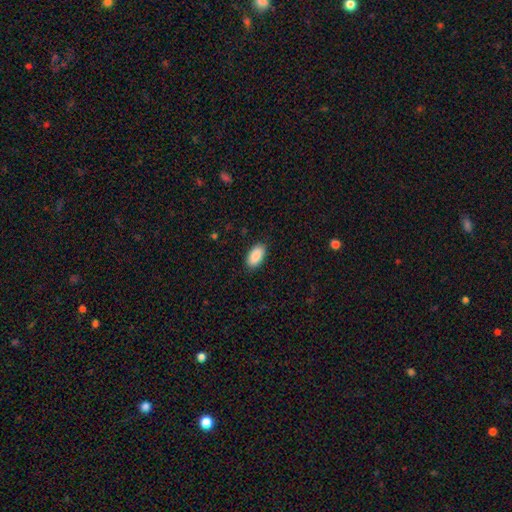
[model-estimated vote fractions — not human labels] smooth_or_featured: smooth (p=0.90) [alt: star or artifact p=0.06]
how_rounded: in between (p=0.95) [alt: round p=0.03]
merging: none (p=0.89) [alt: minor disturbance p=0.08]